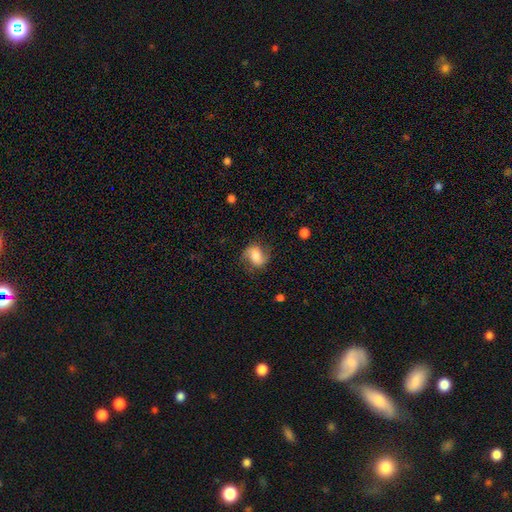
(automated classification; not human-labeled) This is possibly a smooth galaxy (50%). How rounded: possibly in between (56%). Merging: likely none (68%).